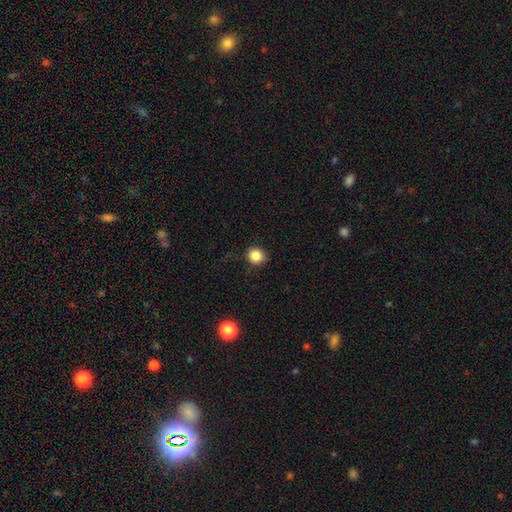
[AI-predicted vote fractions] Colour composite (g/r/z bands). It shows a smooth galaxy with no disk features (85%) that is round (86%). Merging: none (87%).